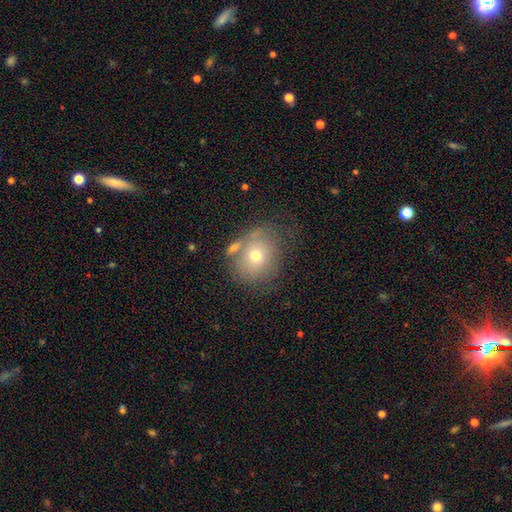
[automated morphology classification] A smooth galaxy with no disk features (64%) that is round (64%).

Vote fractions:
- Smooth or featured? smooth: 64% / featured or disk: 24% / star or artifact: 12%
- How rounded? round: 64% / in between: 35% / cigar-shaped: 1%
- Merging? none: 54% / minor disturbance: 20% / merger: 14% / major disturbance: 11%